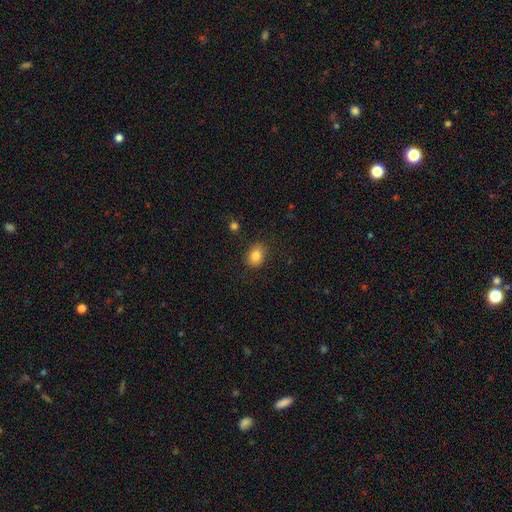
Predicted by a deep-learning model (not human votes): Morphology: type=smooth (84%); roundness=in between (57%); merging=none (82%).